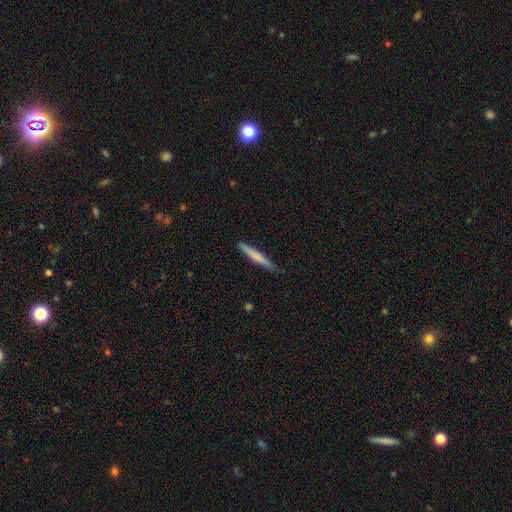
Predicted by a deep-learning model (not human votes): smooth_or_featured: smooth (p=0.66) [alt: featured or disk p=0.29]
how_rounded: cigar-shaped (p=0.96) [alt: in between p=0.03]
merging: none (p=0.88) [alt: minor disturbance p=0.09]